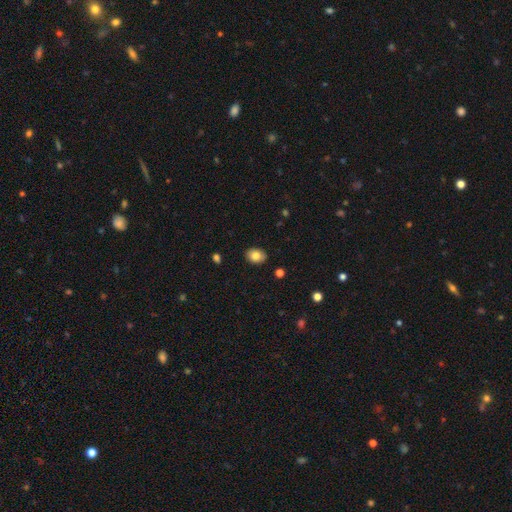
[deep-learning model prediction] This appears to be a smooth galaxy with no disk features (82%) that is in between round and cigar-shaped (65%). Merging: none (89%).